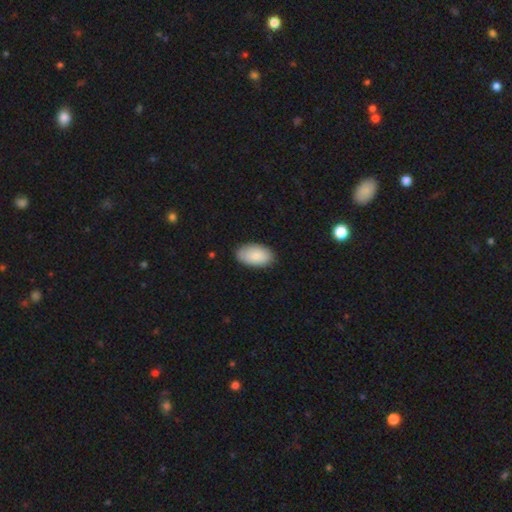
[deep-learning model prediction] A smooth galaxy with no disk features (85%) that is in between round and cigar-shaped (95%). Merging: none (86%).